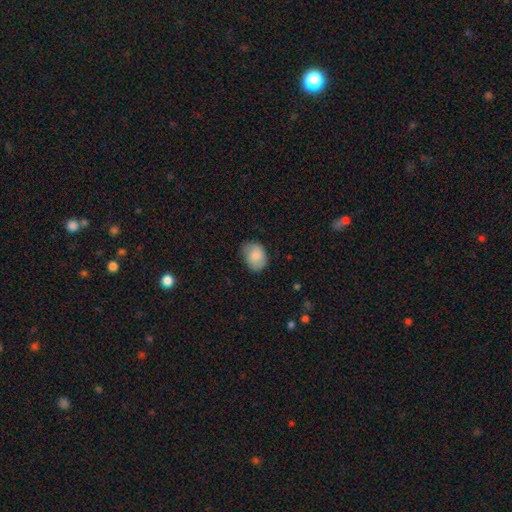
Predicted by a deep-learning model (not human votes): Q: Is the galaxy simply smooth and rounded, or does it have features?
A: smooth — 83%.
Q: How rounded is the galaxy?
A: in between — 67%.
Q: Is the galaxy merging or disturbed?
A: none — 63%.